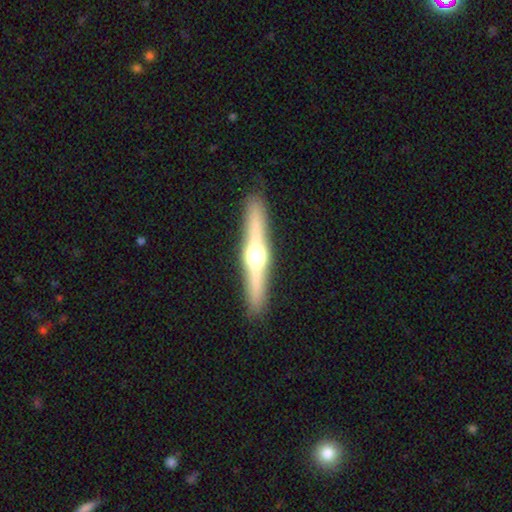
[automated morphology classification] This appears to be a featured or disk galaxy (72%) viewed edge-on (97%) with a rounded central bulge (95%). Merging: none (91%).